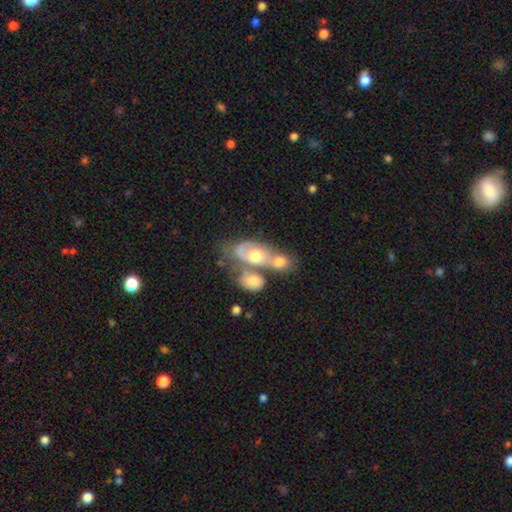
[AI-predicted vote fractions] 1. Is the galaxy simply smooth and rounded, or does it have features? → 52% featured or disk, 40% smooth, 8% star or artifact.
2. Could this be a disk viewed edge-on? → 94% no, 6% yes.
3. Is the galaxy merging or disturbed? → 64% merger, 17% none, 10% major disturbance, 9% minor disturbance.